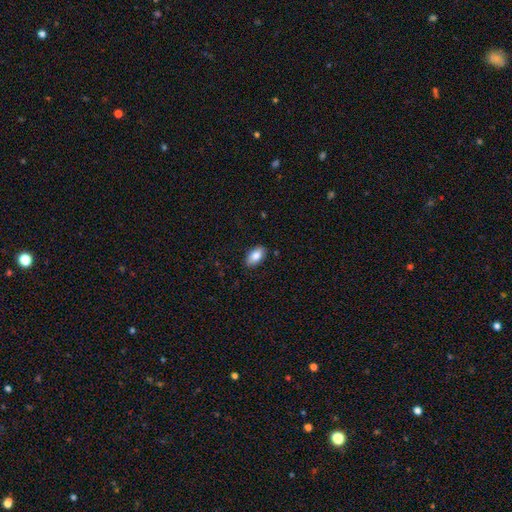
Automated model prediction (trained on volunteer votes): Smooth or featured?
  - smooth: 84% *
  - featured or disk: 9%
  - star or artifact: 7%
How rounded?
  - in between: 92% *
  - cigar-shaped: 4%
  - round: 4%
Merging?
  - none: 87% *
  - minor disturbance: 10%
  - major disturbance: 2%
  - merger: 1%